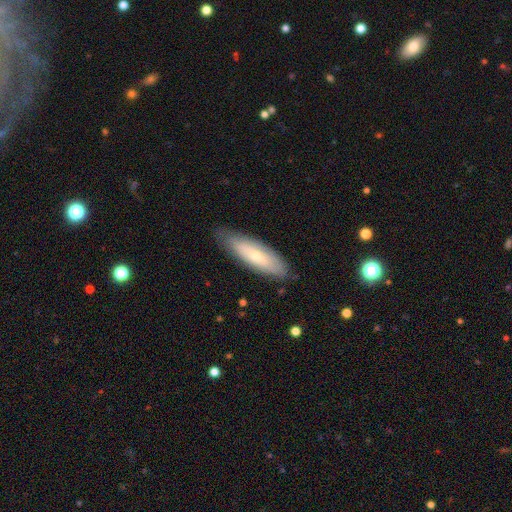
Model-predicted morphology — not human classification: Smooth or featured?
  - smooth: 62% *
  - featured or disk: 32%
  - star or artifact: 6%
How rounded?
  - cigar-shaped: 50% *
  - in between: 48%
  - round: 2%
Merging?
  - none: 80% *
  - minor disturbance: 16%
  - major disturbance: 3%
  - merger: 1%